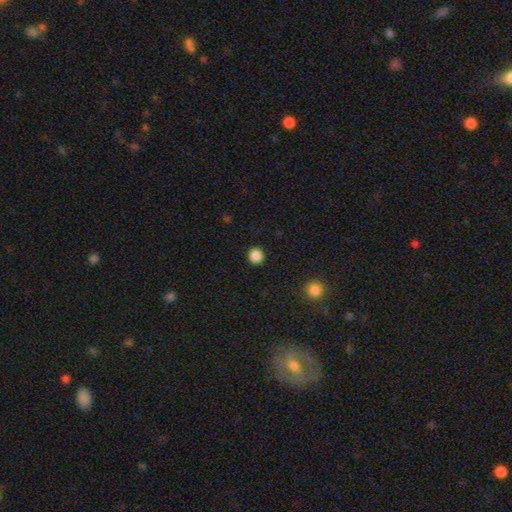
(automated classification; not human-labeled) Smooth or featured? smooth (87%)
How rounded? round (95%)
Merging? none (93%)